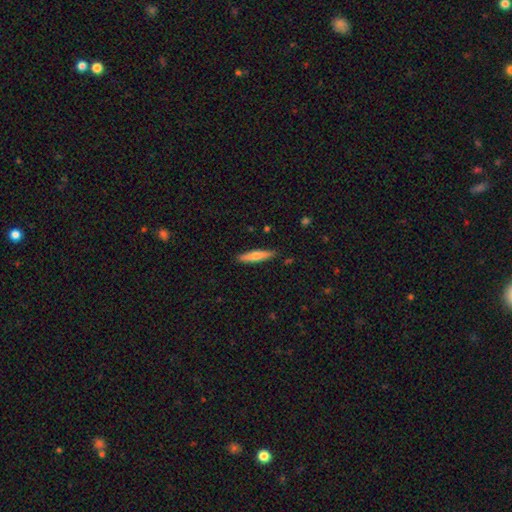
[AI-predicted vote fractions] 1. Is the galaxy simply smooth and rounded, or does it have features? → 61% smooth, 33% featured or disk, 6% star or artifact.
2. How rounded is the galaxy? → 85% cigar-shaped, 13% in between, 2% round.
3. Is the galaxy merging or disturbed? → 88% none, 9% minor disturbance, 2% major disturbance, 1% merger.